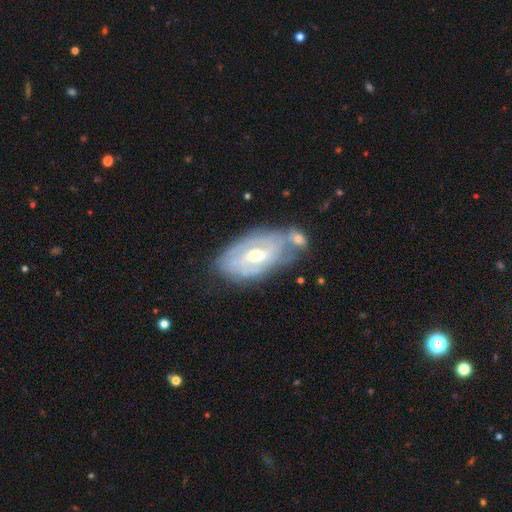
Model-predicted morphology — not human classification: A featured or disk galaxy (80%) with a weak bar (48%), tight (66%) spiral arms (84%) and a moderate central bulge (66%). Merging: none (48%).